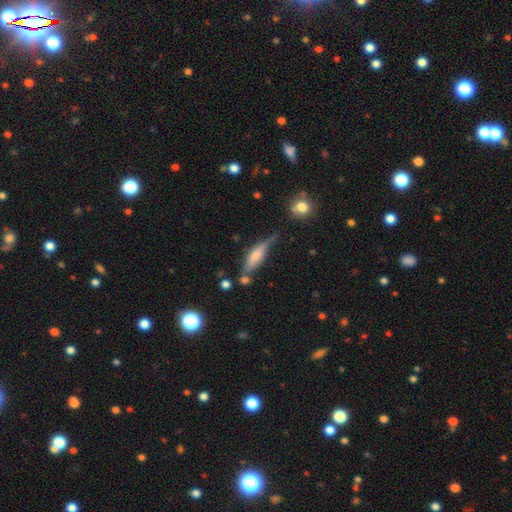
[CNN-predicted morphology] type=smooth (48%); merging=none (57%).